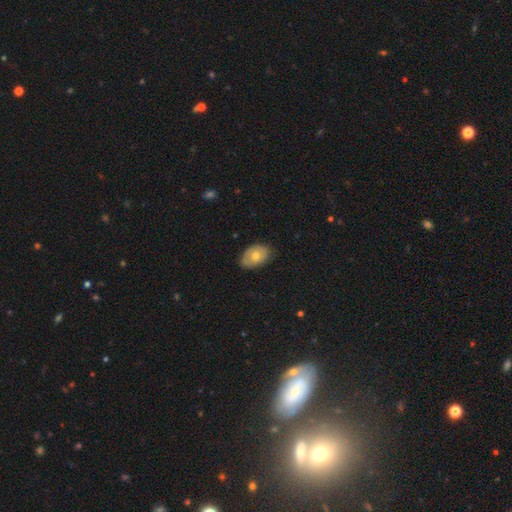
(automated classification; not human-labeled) Smooth or featured: smooth — 68% (featured or disk — 25%)
How rounded: in between — 85% (round — 13%)
Merging: none — 73% (minor disturbance — 22%)